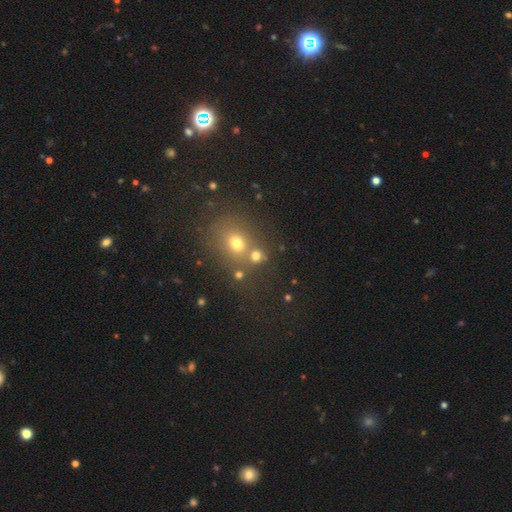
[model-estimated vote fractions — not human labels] smooth_or_featured: smooth (p=0.69) [alt: star or artifact p=0.21]
how_rounded: round (p=0.76) [alt: in between p=0.23]
merging: none (p=0.57) [alt: merger p=0.28]